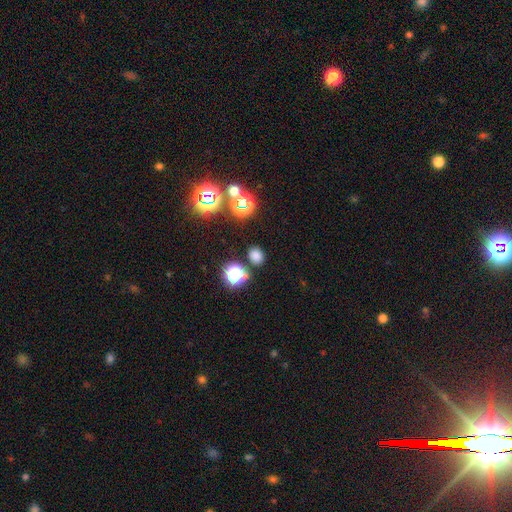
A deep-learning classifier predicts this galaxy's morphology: This is likely a smooth galaxy (72%). How rounded: possibly round (56%). Merging: clearly none (83%).